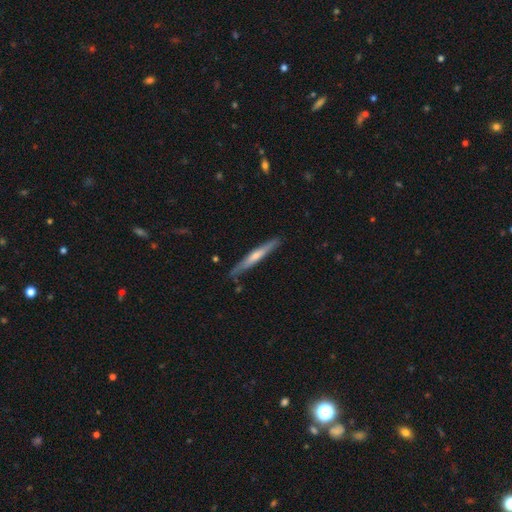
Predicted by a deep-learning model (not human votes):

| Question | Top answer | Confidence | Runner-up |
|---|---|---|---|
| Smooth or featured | featured or disk | 52% | smooth (42%) |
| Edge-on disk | yes | 95% | no (5%) |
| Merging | none | 85% | minor disturbance (11%) |